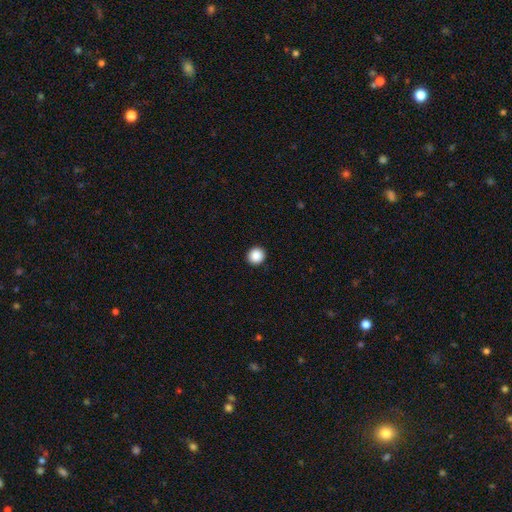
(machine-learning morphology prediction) smooth-or-featured: smooth: 88% | star or artifact: 9% | featured or disk: 2%
  how-rounded: round: 94% | in between: 5% | cigar-shaped: 1%
  merging: none: 93% | minor disturbance: 5% | major disturbance: 2% | merger: 1%